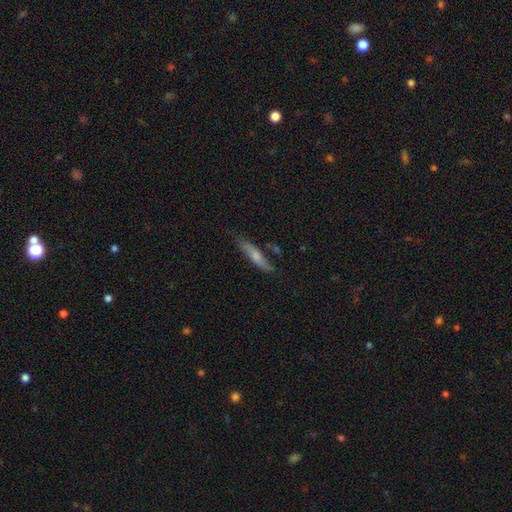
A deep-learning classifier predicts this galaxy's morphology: A smooth galaxy with no disk features (59%) that is cigar-shaped (78%). Merging: none (68%).